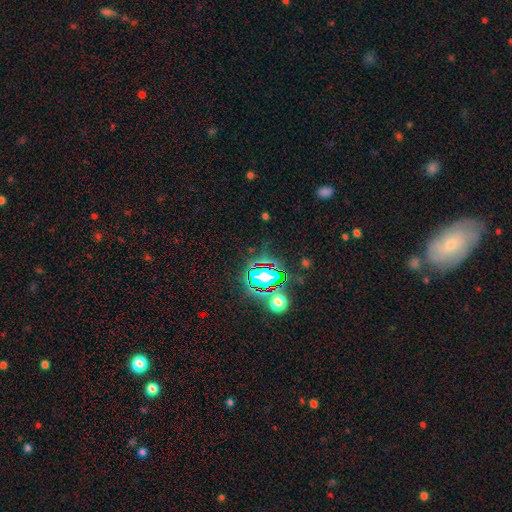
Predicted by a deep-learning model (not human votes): Smooth or featured? Predicted: star or artifact (p=0.75).